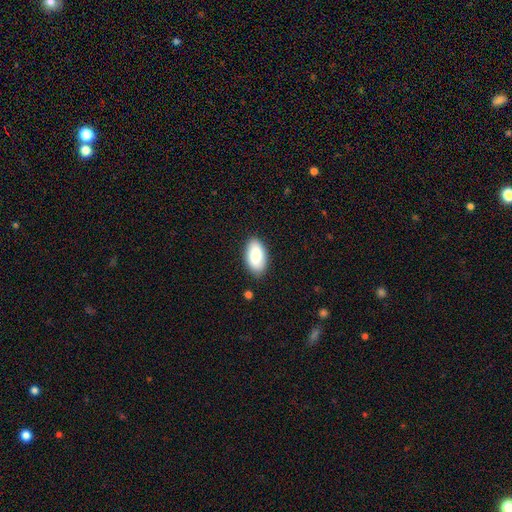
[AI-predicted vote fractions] A smooth galaxy with no disk features (79%) that is in between round and cigar-shaped (94%). Merging: none (86%).